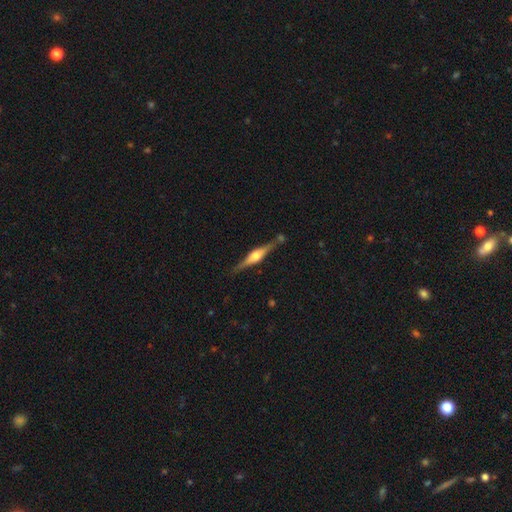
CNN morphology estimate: This appears to be a featured or disk galaxy (77%) viewed edge-on (97%) with a rounded central bulge (89%). Merging: none (81%).